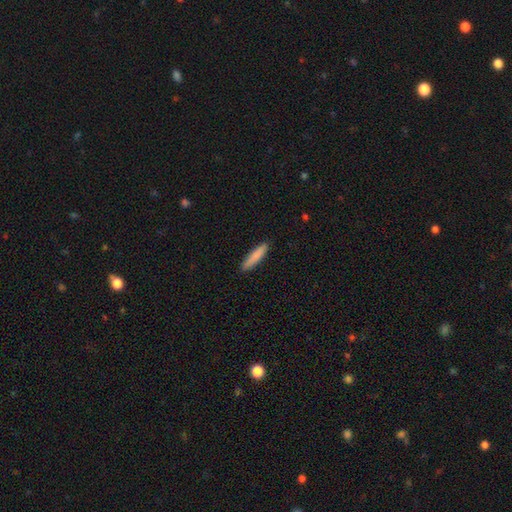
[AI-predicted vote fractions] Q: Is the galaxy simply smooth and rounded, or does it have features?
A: smooth — 85%.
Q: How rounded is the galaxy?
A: cigar-shaped — 86%.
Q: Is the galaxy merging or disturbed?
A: none — 89%.